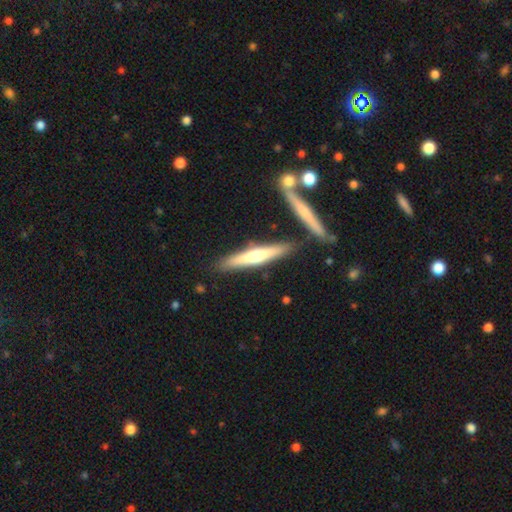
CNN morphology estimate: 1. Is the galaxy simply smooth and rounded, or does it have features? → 50% featured or disk, 44% smooth, 5% star or artifact.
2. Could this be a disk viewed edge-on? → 94% yes, 6% no.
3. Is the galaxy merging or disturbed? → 81% none, 9% minor disturbance, 8% merger, 2% major disturbance.